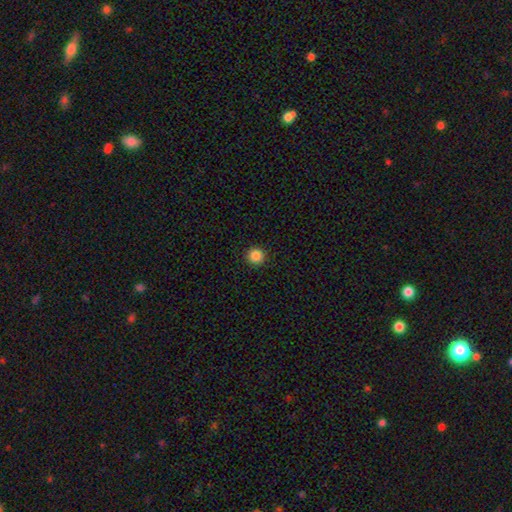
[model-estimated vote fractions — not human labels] smooth_or_featured: smooth (p=0.86) [alt: star or artifact p=0.11]
how_rounded: round (p=0.96) [alt: in between p=0.04]
merging: none (p=0.93) [alt: minor disturbance p=0.05]